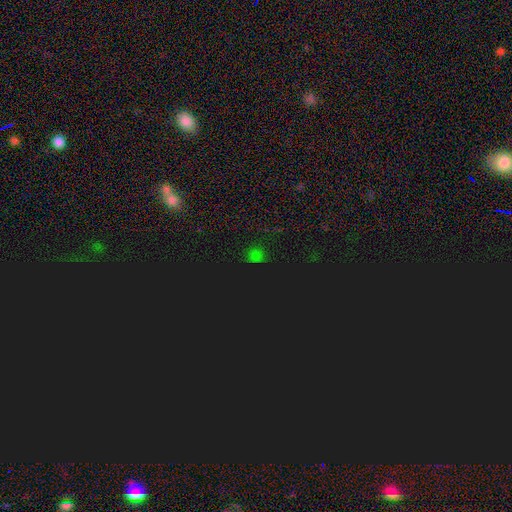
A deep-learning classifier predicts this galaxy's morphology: This appears to be a star or artifact, not a galaxy (59%).